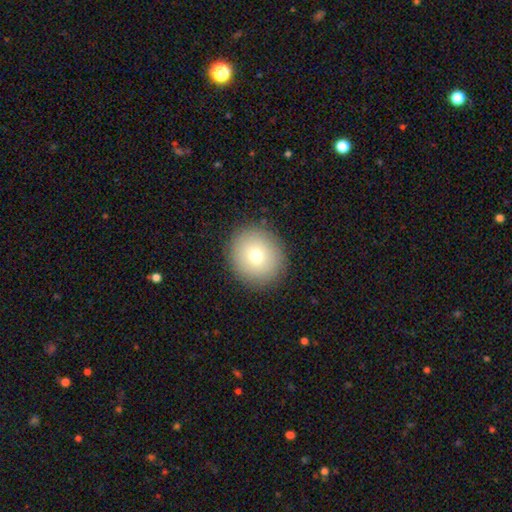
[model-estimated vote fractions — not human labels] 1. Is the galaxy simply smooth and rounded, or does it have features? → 75% smooth, 14% featured or disk, 10% star or artifact.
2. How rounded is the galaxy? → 86% round, 13% in between, 1% cigar-shaped.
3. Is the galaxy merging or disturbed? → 89% none, 7% minor disturbance, 2% major disturbance, 1% merger.